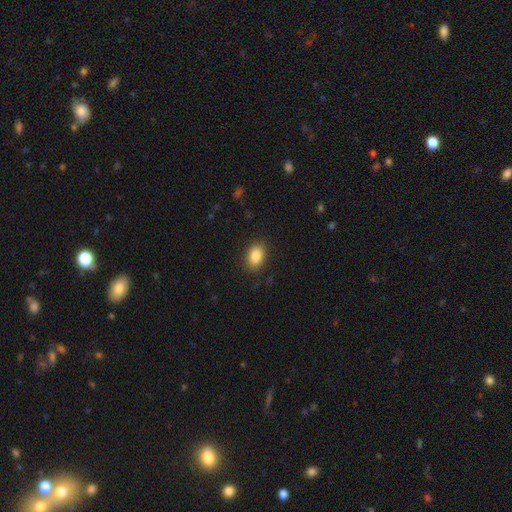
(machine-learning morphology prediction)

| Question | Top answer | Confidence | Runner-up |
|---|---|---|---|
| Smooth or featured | smooth | 86% | star or artifact (8%) |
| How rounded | in between | 86% | round (13%) |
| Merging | none | 87% | minor disturbance (9%) |